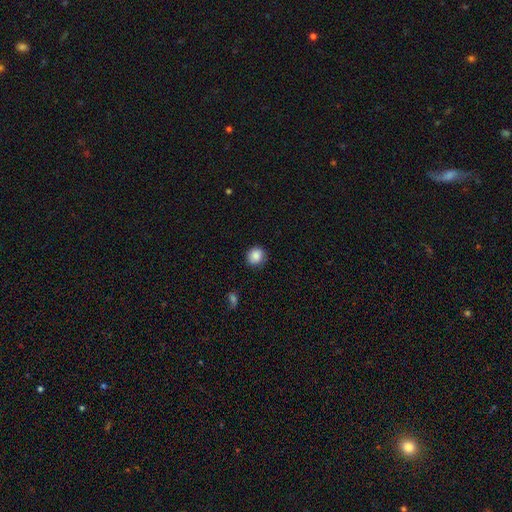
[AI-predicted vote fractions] This is clearly a smooth galaxy (86%). How rounded: clearly round (86%). Merging: clearly none (85%).